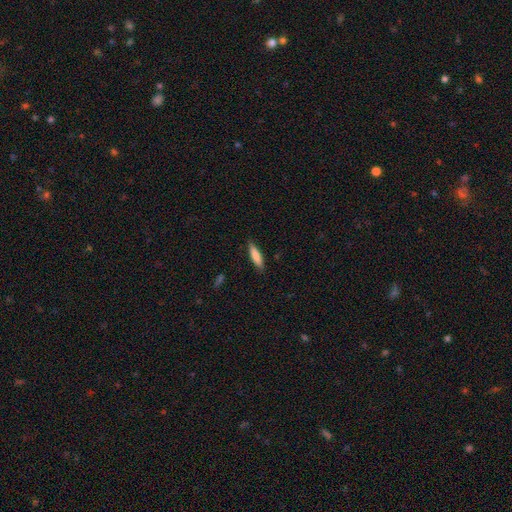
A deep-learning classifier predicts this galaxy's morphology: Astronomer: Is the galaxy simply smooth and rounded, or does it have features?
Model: smooth — 82%.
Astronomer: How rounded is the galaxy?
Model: cigar-shaped — 72%.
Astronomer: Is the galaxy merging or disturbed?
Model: none — 86%.